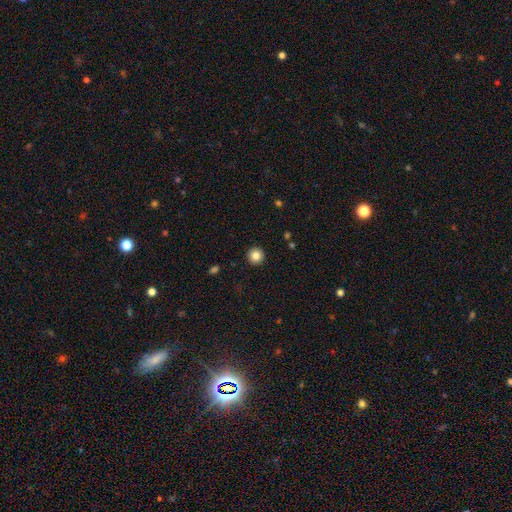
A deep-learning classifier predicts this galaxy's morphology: smooth_or_featured: smooth (p=0.85) [alt: star or artifact p=0.10]
how_rounded: round (p=0.96) [alt: in between p=0.03]
merging: none (p=0.93) [alt: minor disturbance p=0.04]